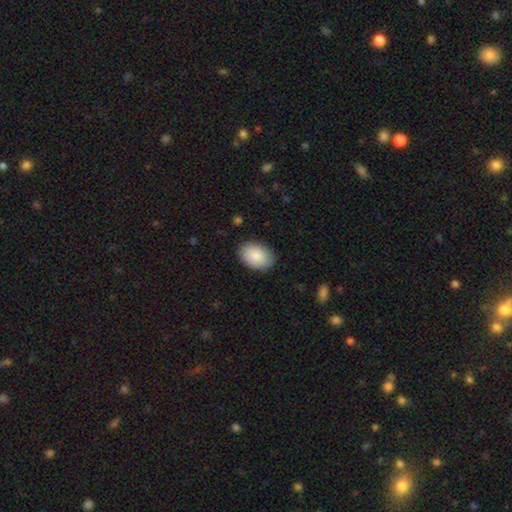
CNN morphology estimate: A smooth galaxy with no disk features (88%) that is in between round and cigar-shaped (84%). Merging: none (87%).